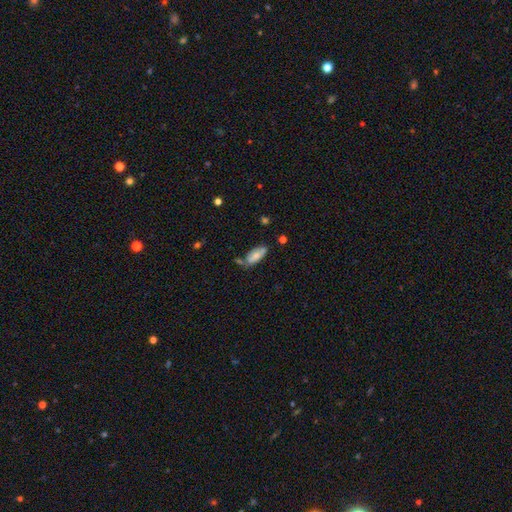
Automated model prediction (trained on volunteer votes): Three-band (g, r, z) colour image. It shows a smooth galaxy with no disk features (72%) that is in between round and cigar-shaped (83%). Merging: none (55%).